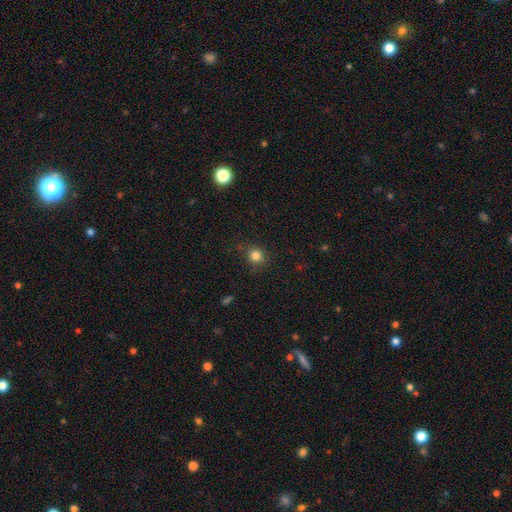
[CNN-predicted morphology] Smooth or featured? smooth (81%)
How rounded? round (79%)
Merging? none (80%)